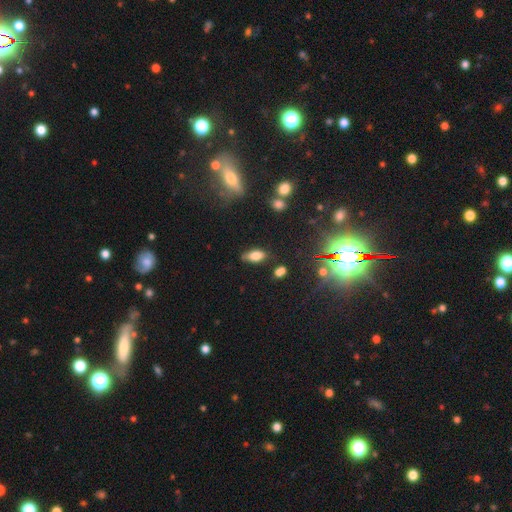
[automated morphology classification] Smooth or featured? smooth (76%)
How rounded? in between (89%)
Merging? none (73%)